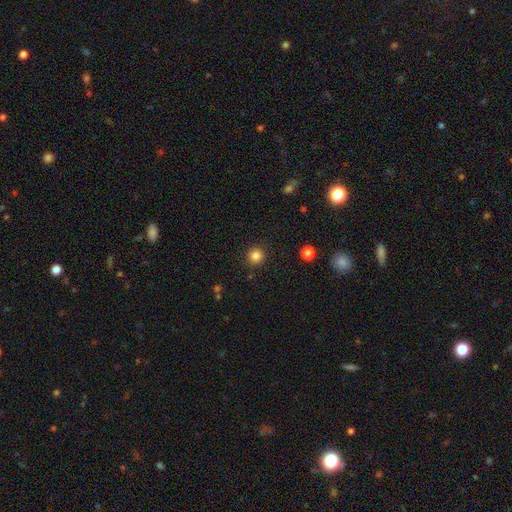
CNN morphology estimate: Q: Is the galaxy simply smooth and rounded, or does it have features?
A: smooth — 84%.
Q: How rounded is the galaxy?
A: round — 95%.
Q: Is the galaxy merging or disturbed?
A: none — 92%.